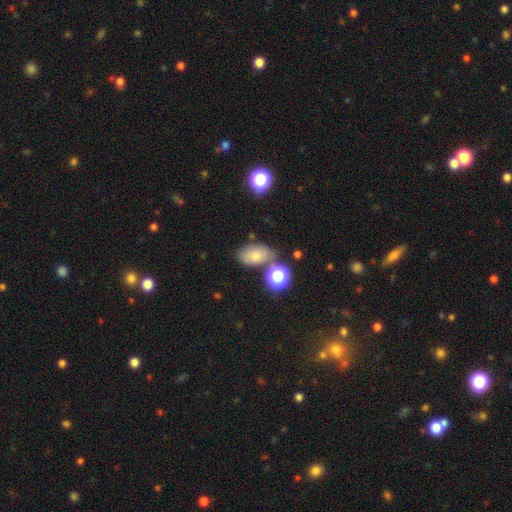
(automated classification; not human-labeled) Smooth or featured? Predicted: smooth (p=0.64). How rounded? Predicted: in between (p=0.81). Merging? Predicted: none (p=0.70).